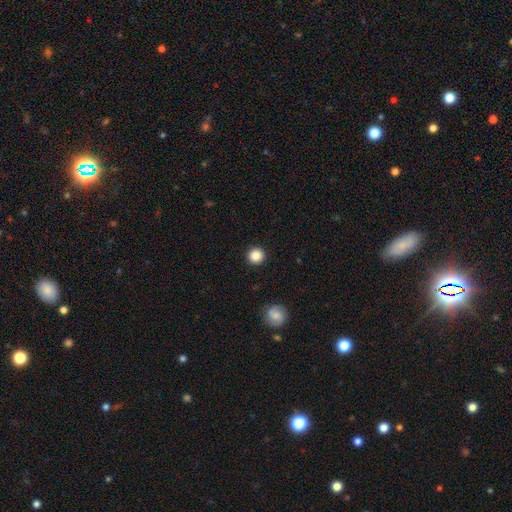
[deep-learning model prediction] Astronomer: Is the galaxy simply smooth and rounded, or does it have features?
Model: smooth — 86%.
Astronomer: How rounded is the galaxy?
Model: round — 95%.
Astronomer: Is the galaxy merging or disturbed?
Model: none — 92%.